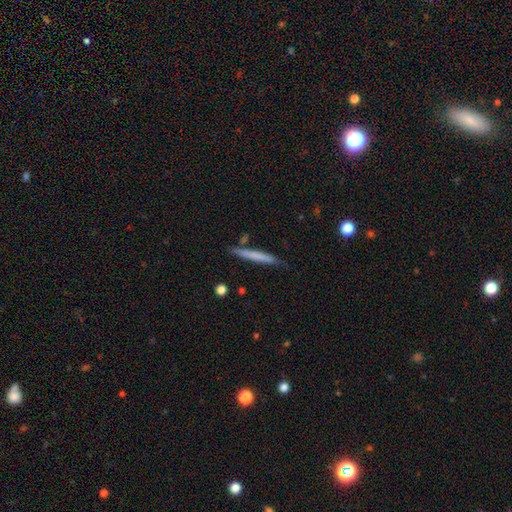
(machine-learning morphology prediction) Q: Smooth or featured?
A: smooth (64%); runner-up: featured or disk (30%)
Q: How rounded?
A: cigar-shaped (96%); runner-up: in between (3%)
Q: Merging?
A: none (82%); runner-up: minor disturbance (12%)